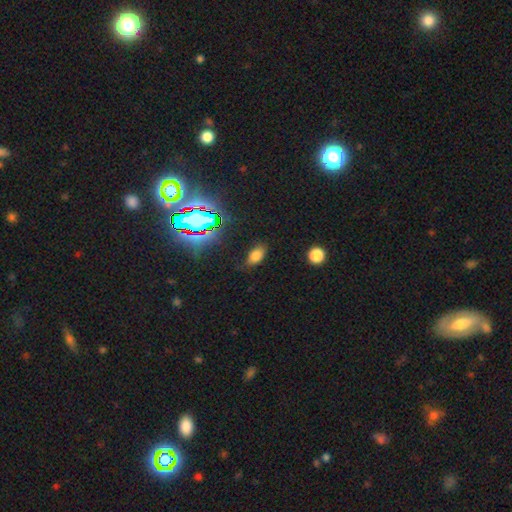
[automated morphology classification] This appears to be a smooth galaxy with no disk features (71%) that is in between round and cigar-shaped (88%). Merging: none (74%).